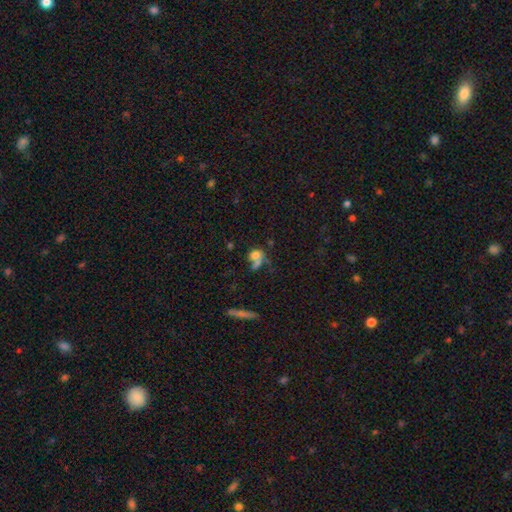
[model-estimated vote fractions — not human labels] Smooth or featured?
  - smooth: 69% *
  - featured or disk: 18%
  - star or artifact: 14%
How rounded?
  - round: 53% *
  - in between: 42%
  - cigar-shaped: 5%
Merging?
  - merger: 41% *
  - none: 35%
  - major disturbance: 12%
  - minor disturbance: 12%